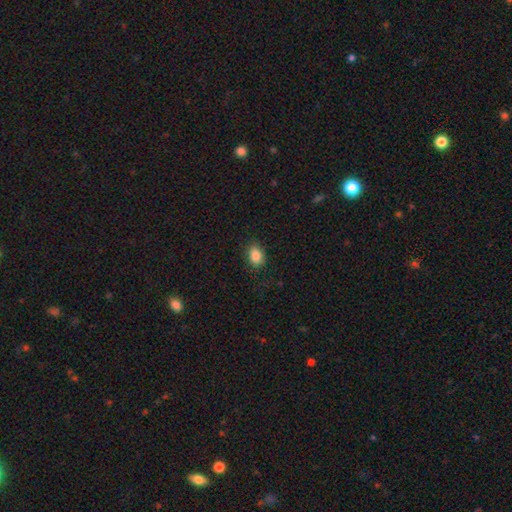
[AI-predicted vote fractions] A smooth galaxy with no disk features (86%) that is in between round and cigar-shaped (71%). Merging: none (85%).